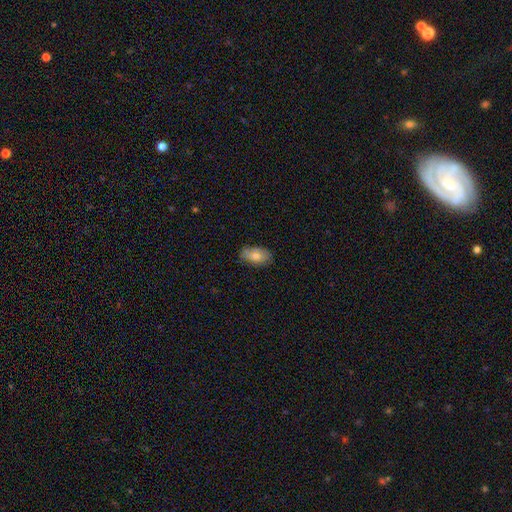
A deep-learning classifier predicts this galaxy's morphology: Smooth or featured? smooth (76%)
How rounded? in between (92%)
Merging? none (78%)